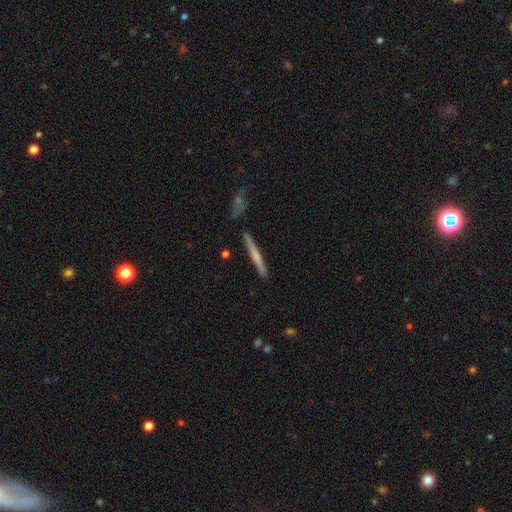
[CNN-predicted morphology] Smooth or featured? smooth (50%)
How rounded? cigar-shaped (96%)
Merging? none (87%)